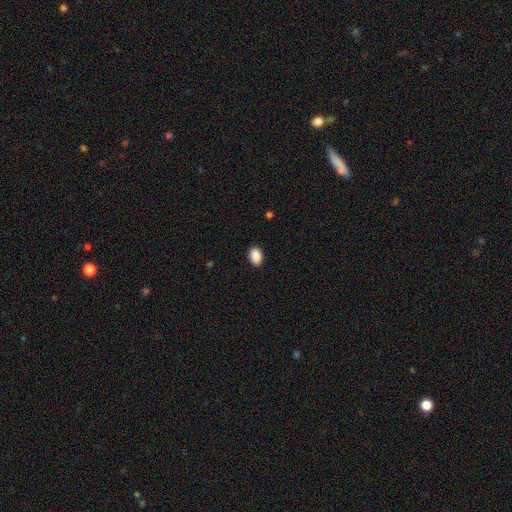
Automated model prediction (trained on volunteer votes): smooth-or-featured: smooth: 90% | star or artifact: 8% | featured or disk: 2%
  how-rounded: in between: 81% | round: 18% | cigar-shaped: 1%
  merging: none: 89% | minor disturbance: 8% | major disturbance: 2% | merger: 1%